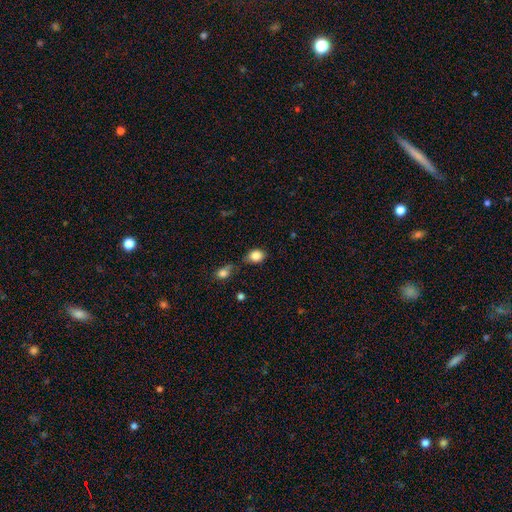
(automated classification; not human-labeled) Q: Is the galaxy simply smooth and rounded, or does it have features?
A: smooth — 84%.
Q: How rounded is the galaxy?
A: in between — 59%.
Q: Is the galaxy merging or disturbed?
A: none — 60%.